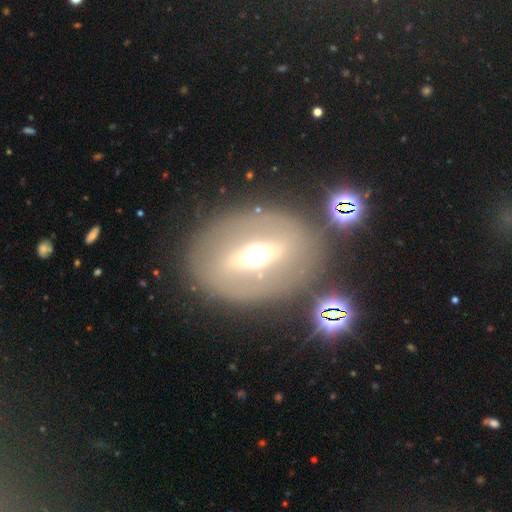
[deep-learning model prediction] This is likely a featured or disk galaxy (62%). It is likely not viewed edge-on (79%). Merging: likely none (77%).